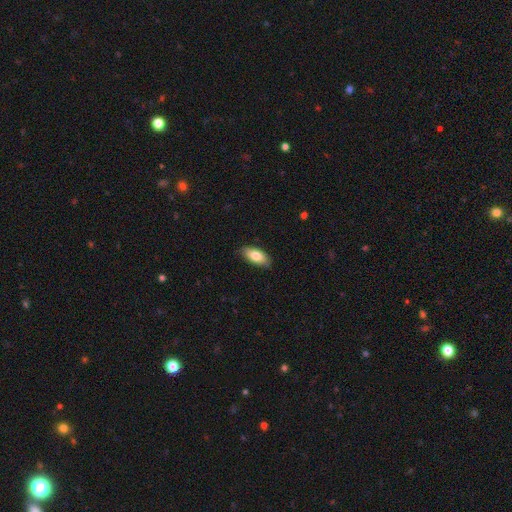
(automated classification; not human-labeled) Overall: smooth (81%). How rounded: in between (89%). Merging: none (85%).